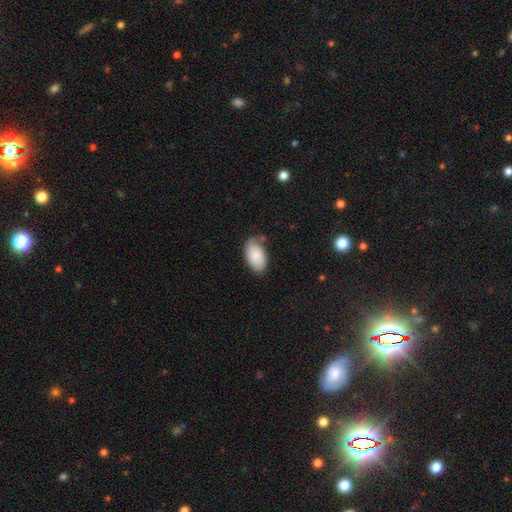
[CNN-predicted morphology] type=smooth (82%); roundness=in between (95%); merging=none (70%).